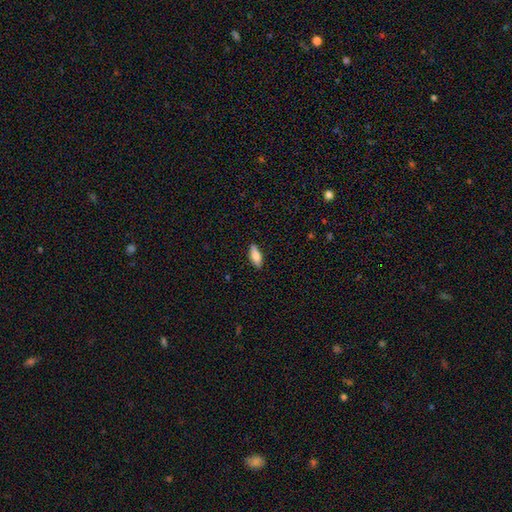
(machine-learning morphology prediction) This is clearly a smooth galaxy (81%). How rounded: likely in between (74%). Merging: clearly none (87%).